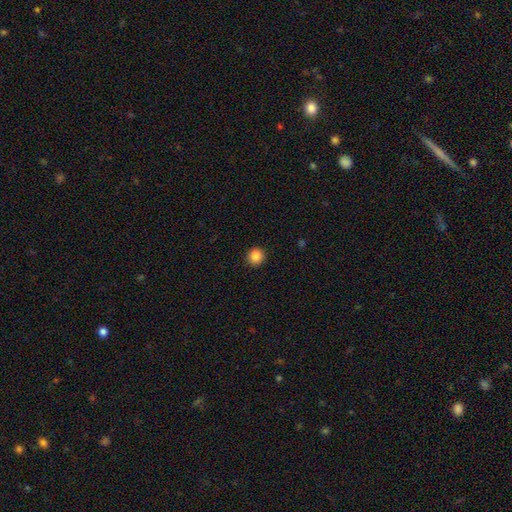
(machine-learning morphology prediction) This appears to be a smooth galaxy with no disk features (86%) that is round (91%). Merging: none (92%).